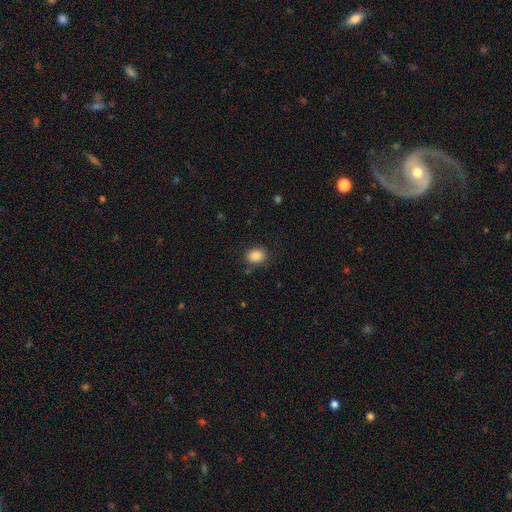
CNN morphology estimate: Smooth or featured? Predicted: smooth (p=0.87). How rounded? Predicted: in between (p=0.51). Merging? Predicted: none (p=0.84).